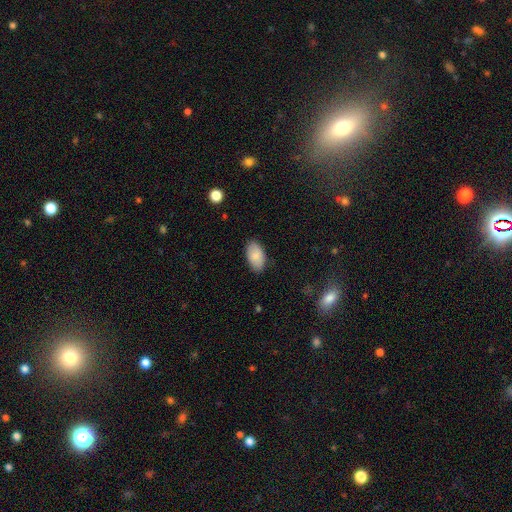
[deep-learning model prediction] Smooth or featured: smooth — 85% (featured or disk — 8%)
How rounded: in between — 95% (round — 4%)
Merging: none — 84% (minor disturbance — 12%)